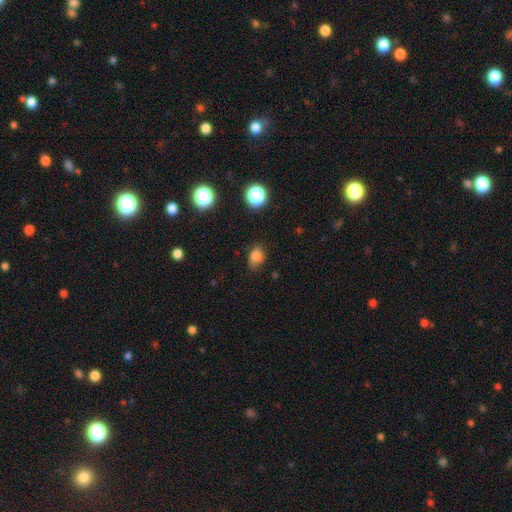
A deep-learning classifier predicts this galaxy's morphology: A smooth galaxy with no disk features (79%) that is in between round and cigar-shaped (65%). Merging: none (64%).